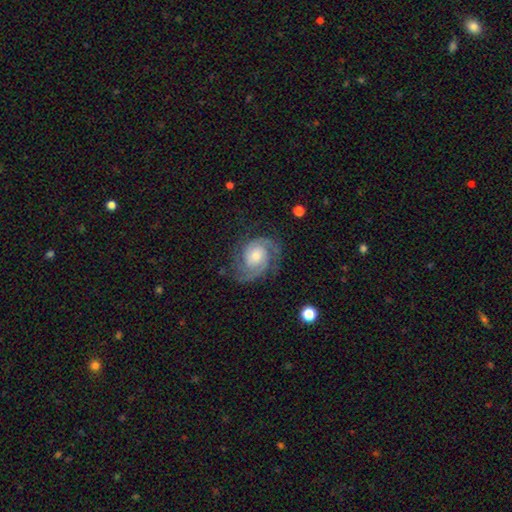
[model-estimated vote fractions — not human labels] Morphology: type=featured or disk (88%); edge-on=no (98%); bar=no (67%); spiral arms=yes (98%); winding=tight (54%); arm count=2 (74%); bulge=moderate (54%); merging=none (75%).